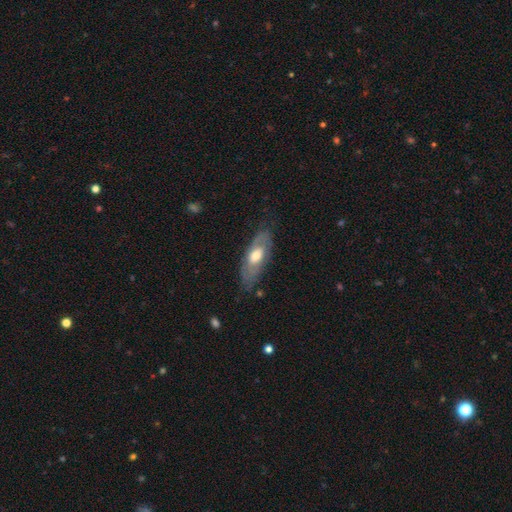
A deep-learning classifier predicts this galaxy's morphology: Smooth or featured?
  - featured or disk: 54% *
  - smooth: 41%
  - star or artifact: 6%
Edge-on disk?
  - no: 75% *
  - yes: 25%
Merging?
  - none: 72% *
  - minor disturbance: 21%
  - major disturbance: 6%
  - merger: 1%